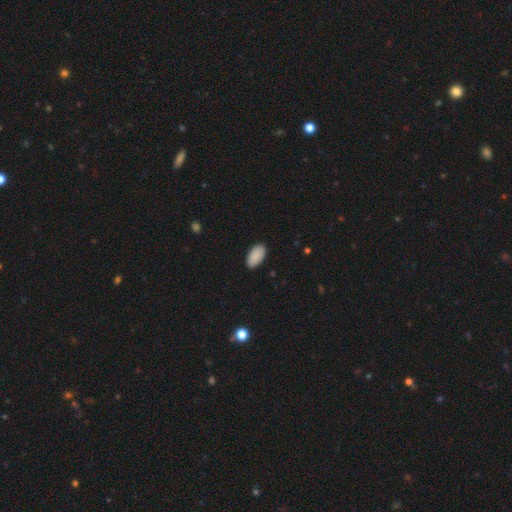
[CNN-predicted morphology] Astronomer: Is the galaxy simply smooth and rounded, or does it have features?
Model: smooth — 90%.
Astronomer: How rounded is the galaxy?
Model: in between — 96%.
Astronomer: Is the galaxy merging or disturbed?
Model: none — 88%.